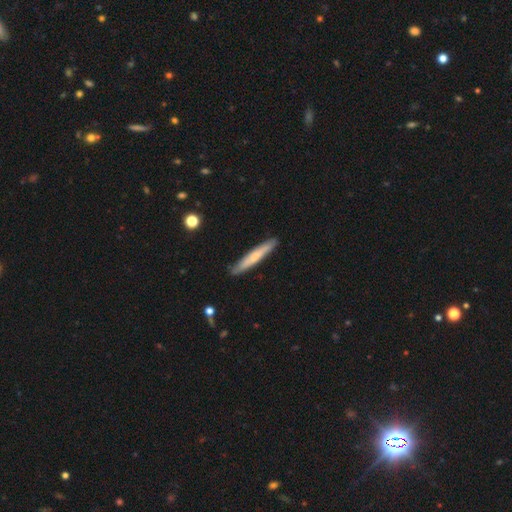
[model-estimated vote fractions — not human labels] smooth-or-featured: smooth: 62% | featured or disk: 33% | star or artifact: 5%
  how-rounded: cigar-shaped: 95% | in between: 4% | round: 1%
  merging: none: 87% | minor disturbance: 10% | major disturbance: 2% | merger: 1%